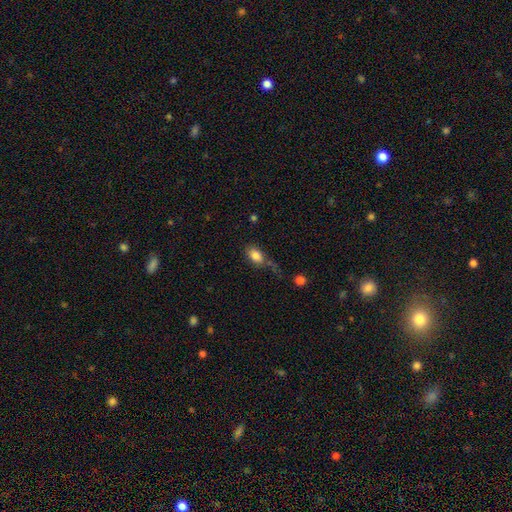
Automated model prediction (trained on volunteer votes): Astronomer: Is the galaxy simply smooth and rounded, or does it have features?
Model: smooth — 83%.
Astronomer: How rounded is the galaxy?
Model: in between — 85%.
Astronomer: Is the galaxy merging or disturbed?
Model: none — 49%.